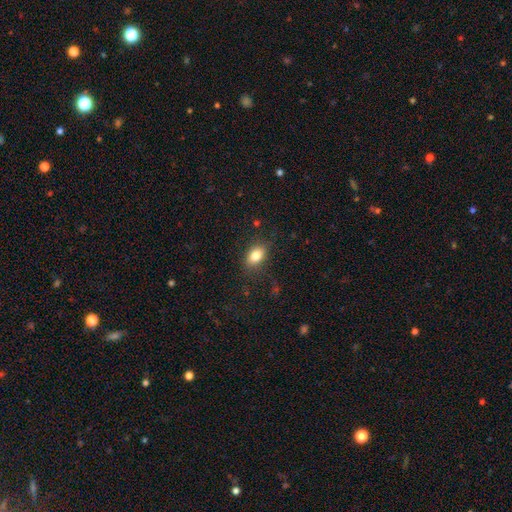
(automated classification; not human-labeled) This is clearly a smooth galaxy (83%). How rounded: clearly in between (83%). Merging: clearly none (81%).